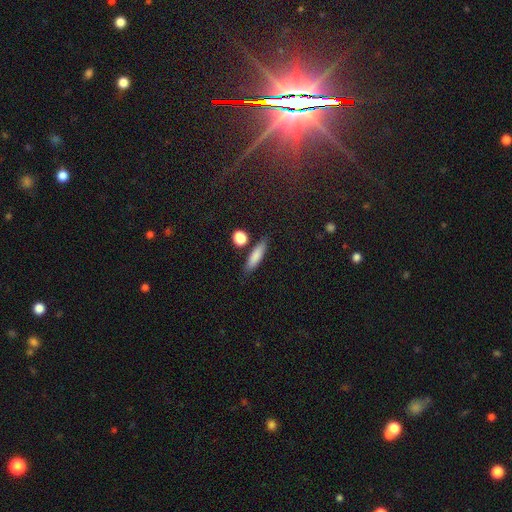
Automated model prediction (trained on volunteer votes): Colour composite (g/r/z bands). It shows a smooth galaxy with no disk features (81%) that is cigar-shaped (64%). Merging: none (79%).